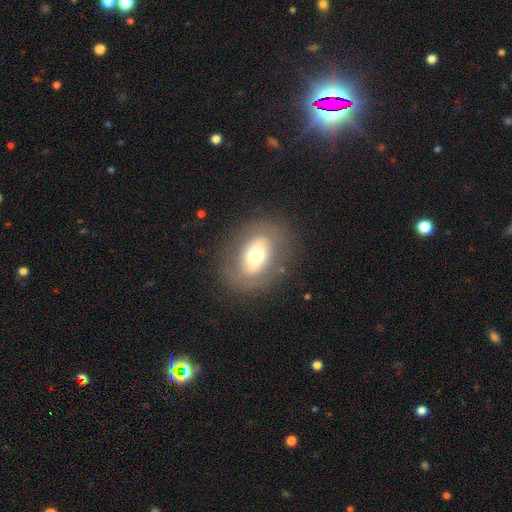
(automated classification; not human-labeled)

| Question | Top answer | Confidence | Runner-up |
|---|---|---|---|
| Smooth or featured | smooth | 51% | featured or disk (39%) |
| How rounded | in between | 64% | round (35%) |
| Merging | none | 81% | minor disturbance (11%) |